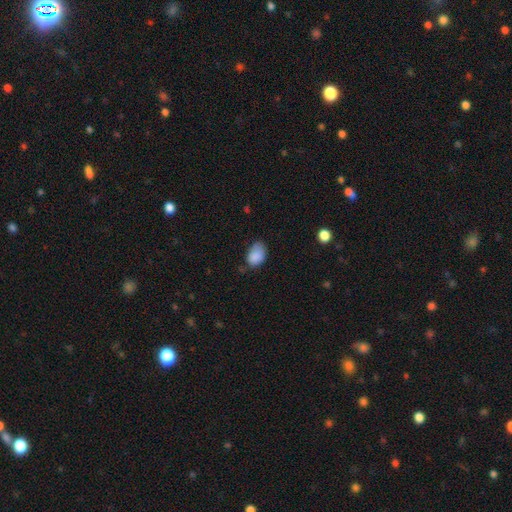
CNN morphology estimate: The model was most divided on "merging": none: 53%, minor disturbance: 36%, major disturbance: 8%, merger: 3%. More confident: smooth or featured — smooth (86%); how rounded — in between (83%).